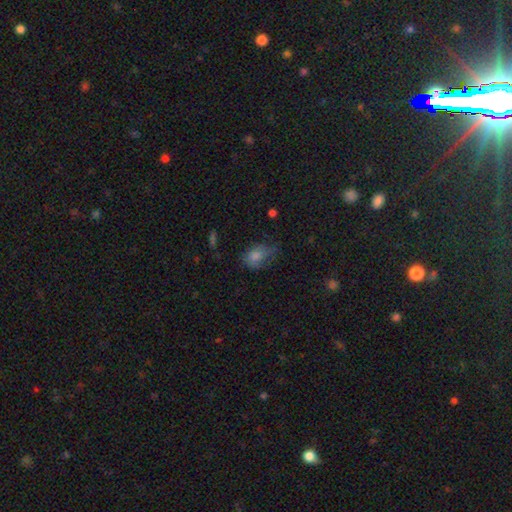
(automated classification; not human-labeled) Smooth or featured? Predicted: smooth (p=0.68). How rounded? Predicted: in between (p=0.73). Merging? Predicted: none (p=0.41).